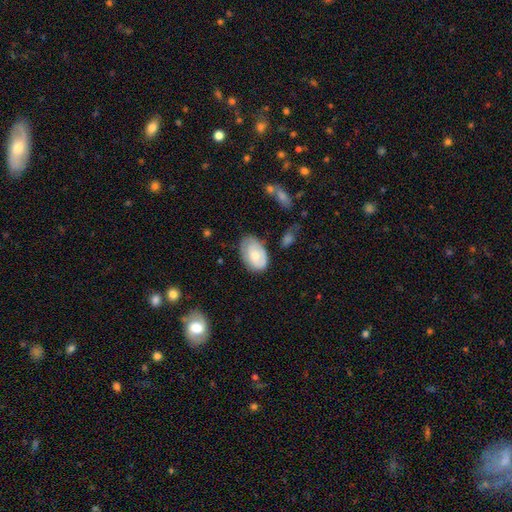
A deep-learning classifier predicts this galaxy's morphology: A smooth galaxy with no disk features (63%) that is in between round and cigar-shaped (89%). Merging: none (60%).